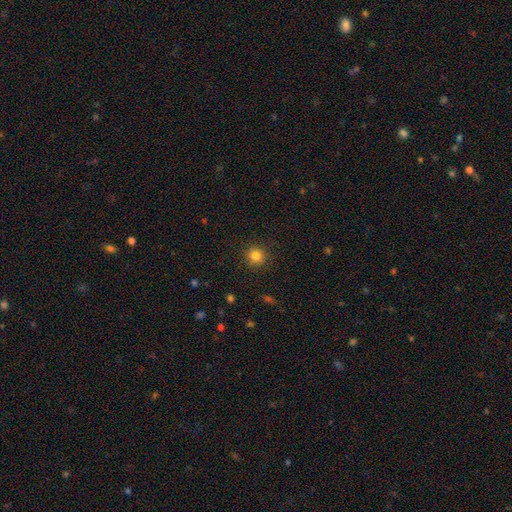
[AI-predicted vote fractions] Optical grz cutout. It shows a smooth galaxy with no disk features (83%) that is round (93%). Merging: none (90%).